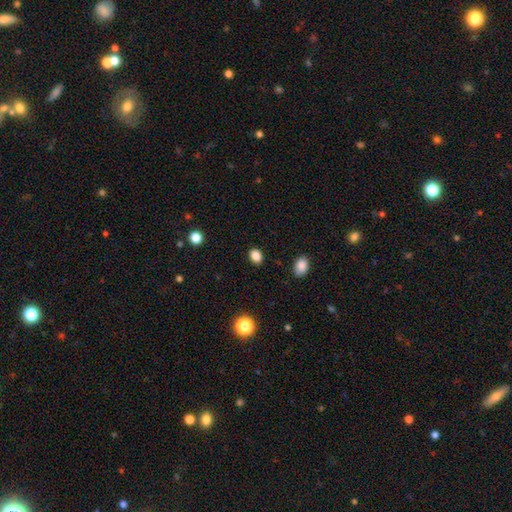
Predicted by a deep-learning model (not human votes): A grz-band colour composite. It shows a smooth galaxy with no disk features (86%) that is in between round and cigar-shaped (61%). Merging: none (88%).